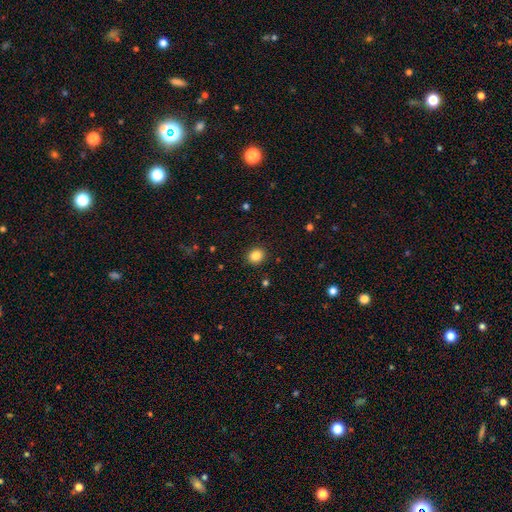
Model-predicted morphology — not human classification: A smooth galaxy with no disk features (85%) that is round (69%).

Vote fractions:
- Smooth or featured? smooth: 85% / star or artifact: 10% / featured or disk: 5%
- How rounded? round: 69% / in between: 30% / cigar-shaped: 1%
- Merging? none: 91% / minor disturbance: 6% / major disturbance: 2% / merger: 1%